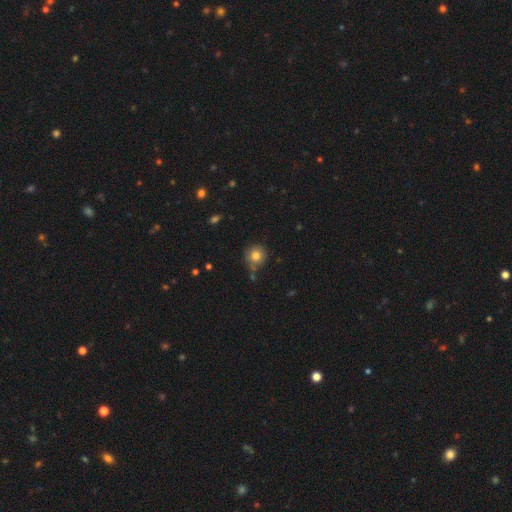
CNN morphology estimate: A smooth galaxy with no disk features (82%) that is round (91%). Merging: none (72%).